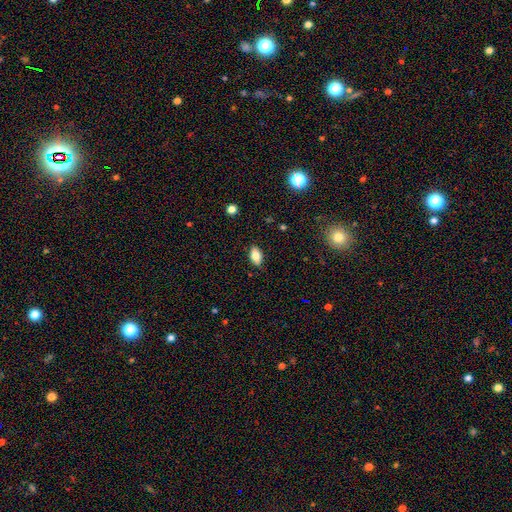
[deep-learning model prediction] A smooth galaxy with no disk features (81%) that is in between round and cigar-shaped (90%). Merging: none (86%).